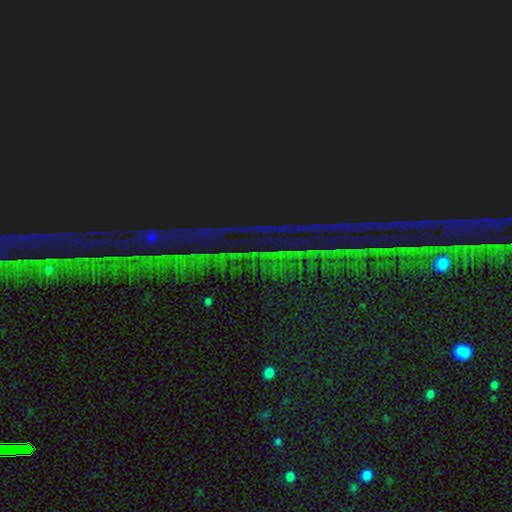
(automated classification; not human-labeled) Smooth or featured: star or artifact — 88% (featured or disk — 6%)